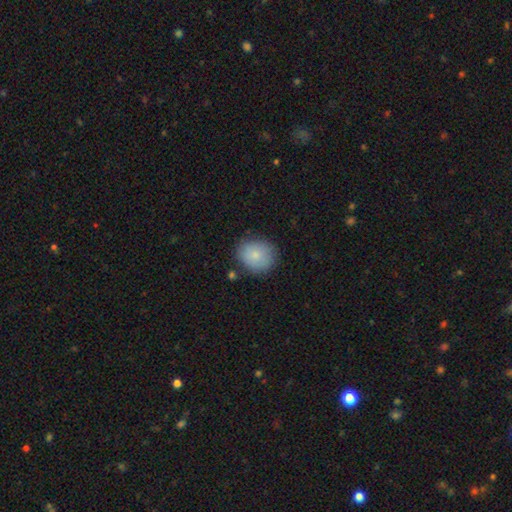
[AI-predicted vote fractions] This appears to be a smooth galaxy with no disk features (82%) that is round (69%). Merging: none (78%).